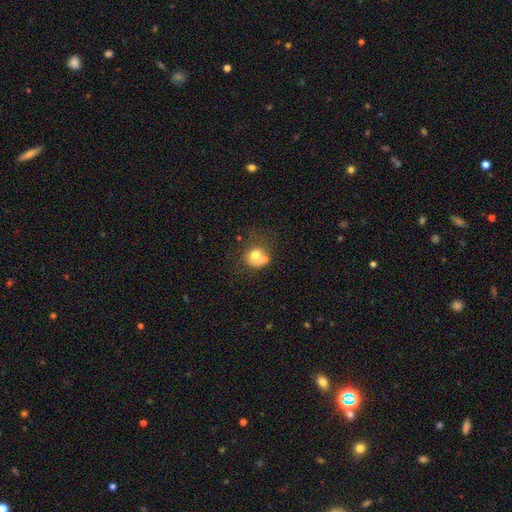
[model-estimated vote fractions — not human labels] smooth 66%, featured or disk 24%, star or artifact 11%. Down the decision tree: how rounded — round (62%); merging — merger (36%).